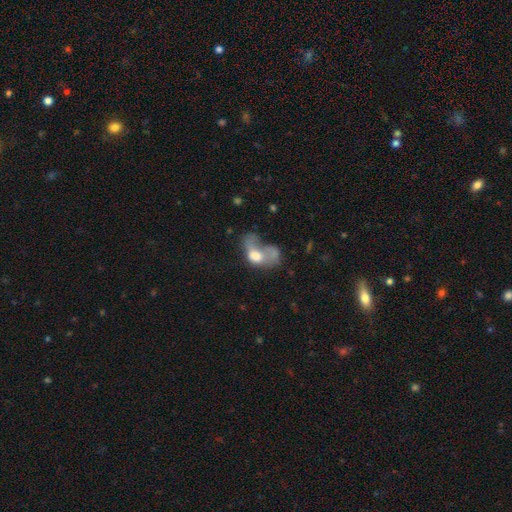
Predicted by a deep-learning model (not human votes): A smooth galaxy with no disk features (54%) that is in between round and cigar-shaped (75%).

Vote fractions:
- Smooth or featured? smooth: 54% / featured or disk: 35% / star or artifact: 10%
- How rounded? in between: 75% / round: 23% / cigar-shaped: 3%
- Merging? major disturbance: 47% / merger: 34% / none: 10% / minor disturbance: 10%